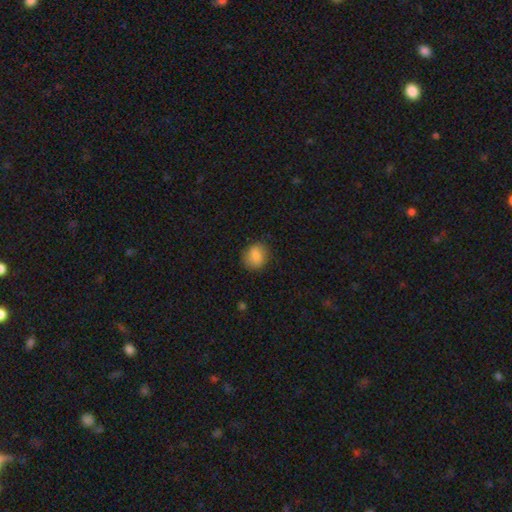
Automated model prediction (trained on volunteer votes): This appears to be a smooth galaxy with no disk features (85%) that is round (65%). Merging: none (80%).